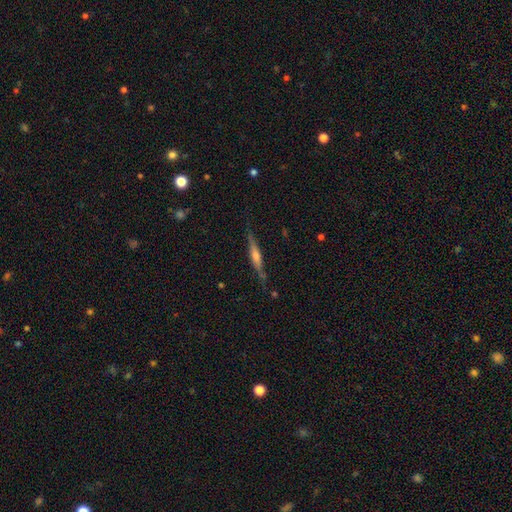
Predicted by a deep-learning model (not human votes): A featured or disk galaxy (73%) viewed edge-on (97%) with a rounded central bulge (69%). Merging: none (83%).